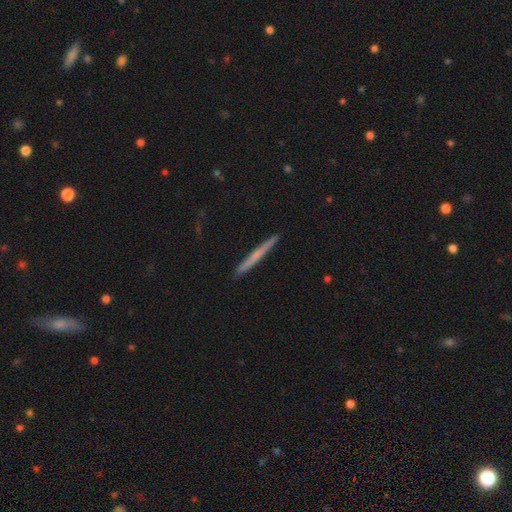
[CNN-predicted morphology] This is possibly a featured or disk galaxy (48%). Merging: clearly none (92%).